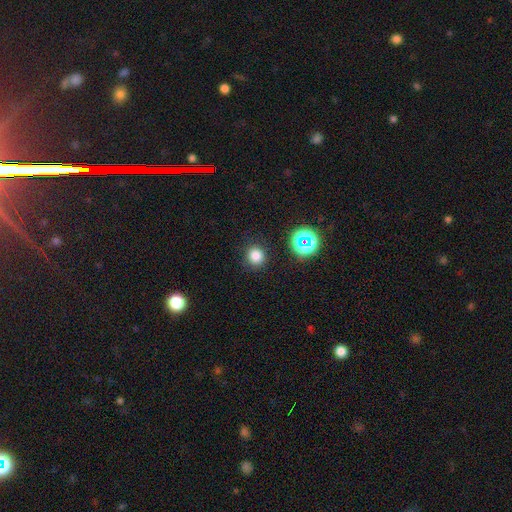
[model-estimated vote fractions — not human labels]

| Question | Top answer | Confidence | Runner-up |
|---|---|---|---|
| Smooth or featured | smooth | 77% | star or artifact (18%) |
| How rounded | round | 90% | in between (9%) |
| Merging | none | 88% | minor disturbance (7%) |